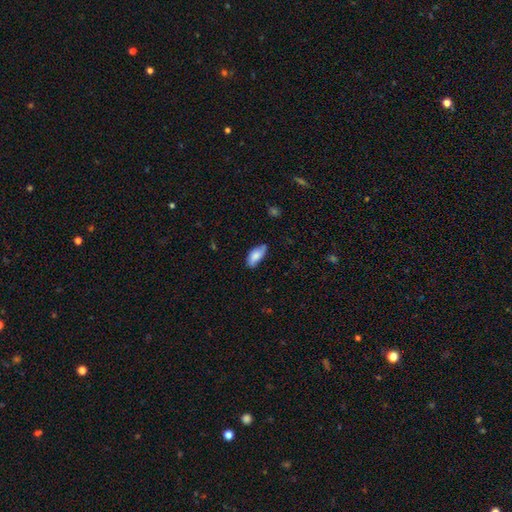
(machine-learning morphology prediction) The model was most divided on "merging": none: 69%, minor disturbance: 25%, major disturbance: 4%, merger: 2%. More confident: how rounded — in between (86%); smooth or featured — smooth (76%).